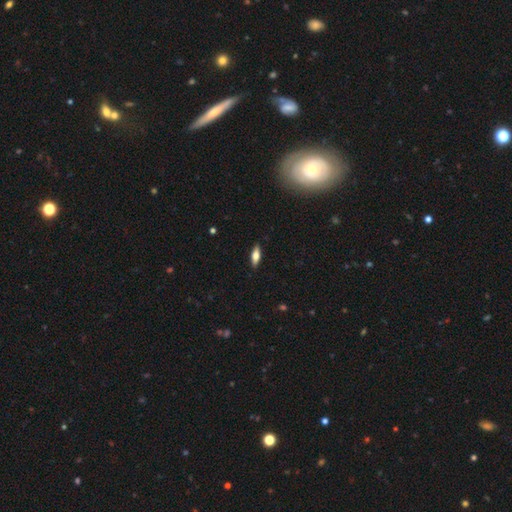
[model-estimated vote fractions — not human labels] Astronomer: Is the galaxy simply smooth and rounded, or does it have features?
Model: smooth — 60%.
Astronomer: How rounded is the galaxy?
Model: in between — 60% (runner-up: cigar-shaped, 37%).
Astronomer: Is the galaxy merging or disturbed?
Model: none — 89%.